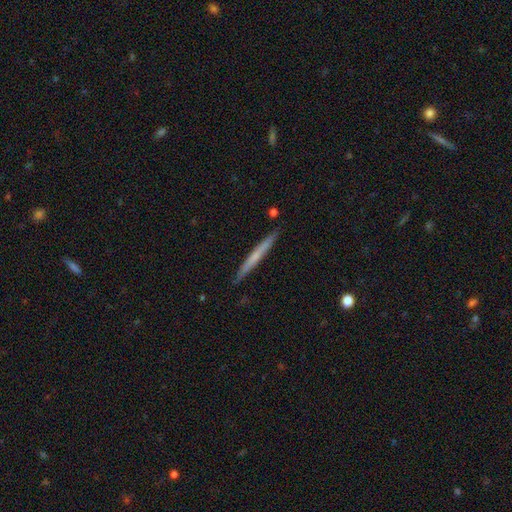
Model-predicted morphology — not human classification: A smooth galaxy with no disk features (48%).

Vote fractions:
- Smooth or featured? smooth: 48% / featured or disk: 47% / star or artifact: 5%
- Merging? none: 90% / minor disturbance: 7% / merger: 1% / major disturbance: 1%